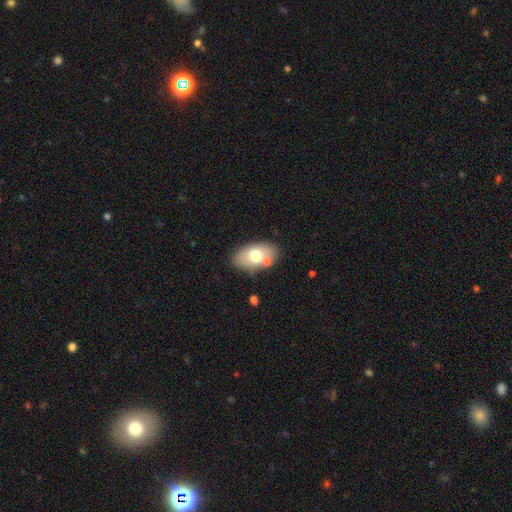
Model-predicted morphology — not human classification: The model was most divided on "smooth or featured": smooth: 67%, featured or disk: 26%, star or artifact: 7%. More confident: how rounded — in between (91%); merging — none (72%).